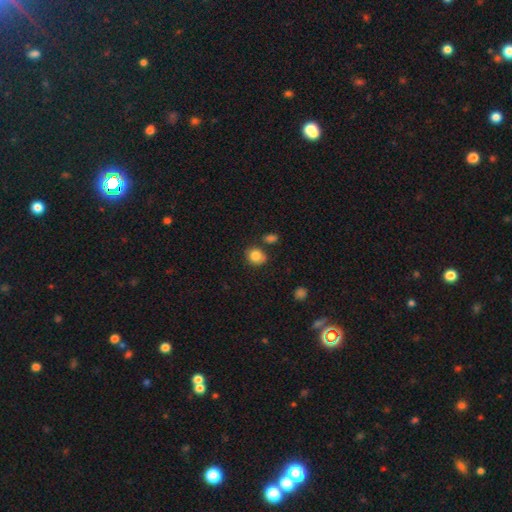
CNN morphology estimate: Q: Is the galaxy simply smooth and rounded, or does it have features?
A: smooth — 84%.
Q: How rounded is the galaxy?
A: round — 70%.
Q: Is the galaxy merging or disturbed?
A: none — 72%.